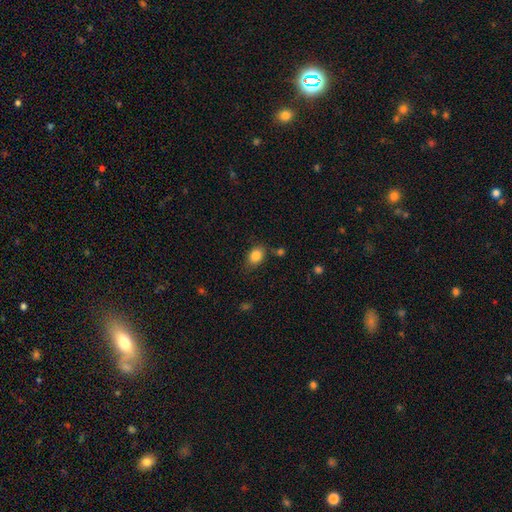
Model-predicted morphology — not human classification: smooth 85%, star or artifact 9%, featured or disk 6%. Down the decision tree: how rounded — in between (69%); merging — none (76%).